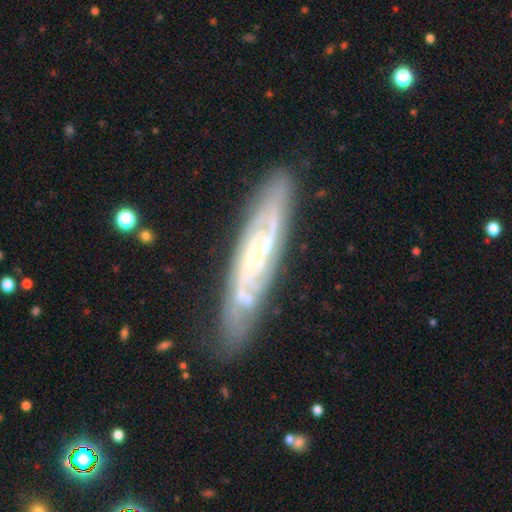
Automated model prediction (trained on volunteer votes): smooth_or_featured: featured or disk (p=0.81) [alt: smooth p=0.12]
disk_edge_on: no (p=0.69) [alt: yes p=0.31]
bar: no (p=0.60) [alt: weak p=0.29]
has_spiral_arms: yes (p=0.91) [alt: no p=0.09]
spiral_winding: tight (p=0.60) [alt: medium p=0.32]
spiral_arm_count: can't tell (p=0.43) [alt: 2 p=0.33]
bulge_size: small (p=0.71) [alt: moderate p=0.25]
merging: none (p=0.79) [alt: minor disturbance p=0.15]